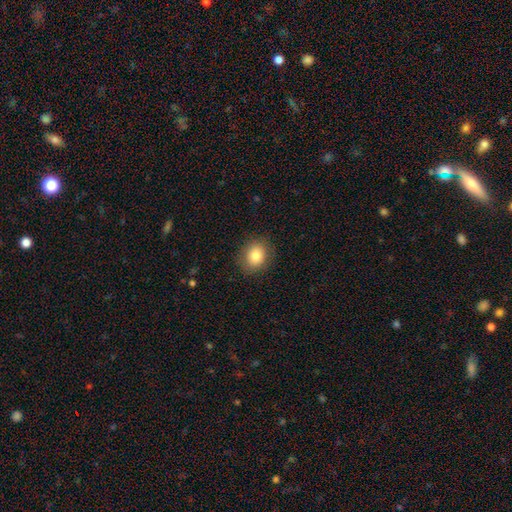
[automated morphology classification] smooth_or_featured: smooth (p=0.82) [alt: star or artifact p=0.10]
how_rounded: round (p=0.62) [alt: in between p=0.37]
merging: none (p=0.87) [alt: minor disturbance p=0.09]